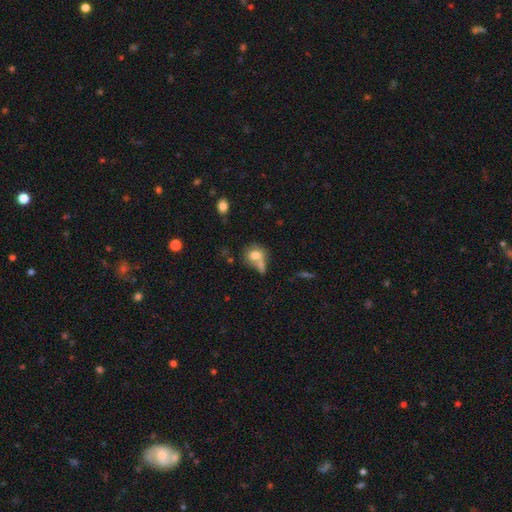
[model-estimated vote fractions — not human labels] Q: Smooth or featured?
A: smooth (73%); runner-up: featured or disk (17%)
Q: How rounded?
A: round (53%); runner-up: in between (45%)
Q: Merging?
A: merger (42%); runner-up: none (33%)